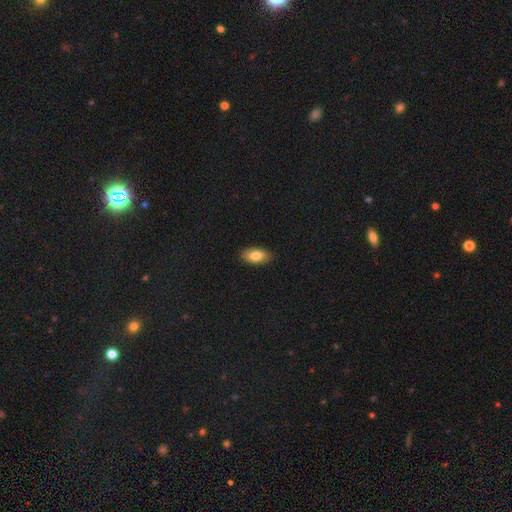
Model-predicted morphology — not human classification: Overall: smooth (82%). How rounded: in between (91%). Merging: none (89%).